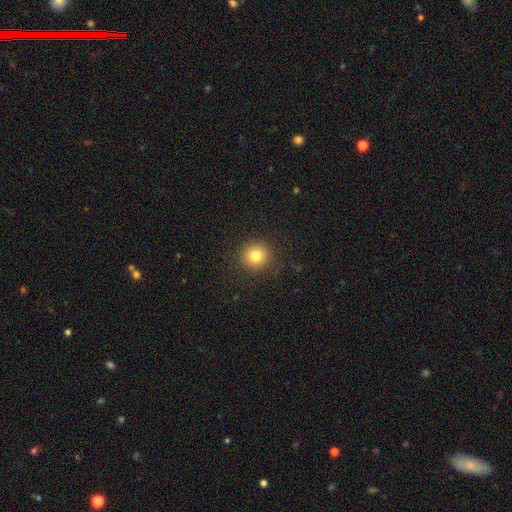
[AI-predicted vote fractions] Overall: smooth (80%). How rounded: round (93%). Merging: none (90%).